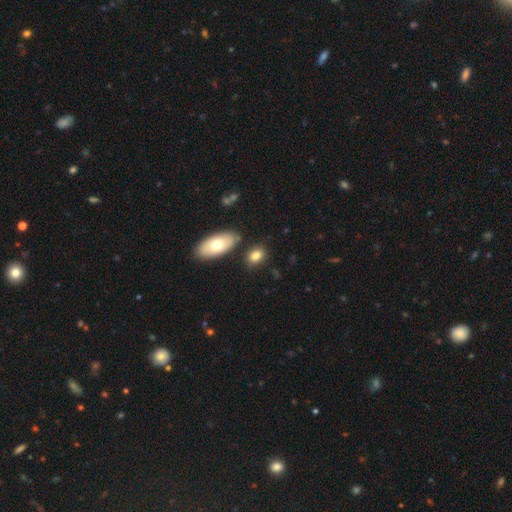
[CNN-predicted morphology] Q: Smooth or featured?
A: smooth (79%); runner-up: featured or disk (13%)
Q: How rounded?
A: in between (78%); runner-up: round (20%)
Q: Merging?
A: none (77%); runner-up: minor disturbance (12%)